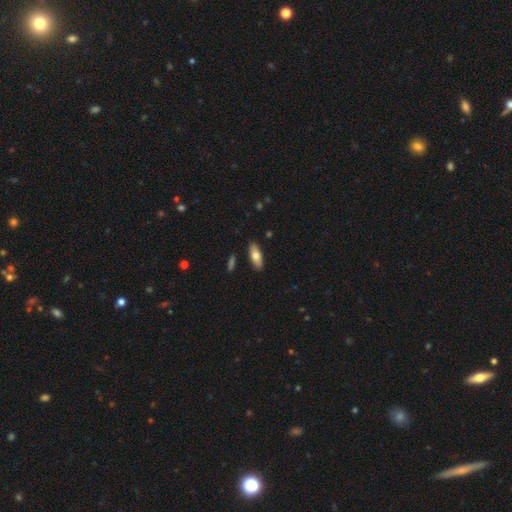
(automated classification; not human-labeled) A smooth galaxy with no disk features (71%) that is in between round and cigar-shaped (72%). Merging: none (89%).